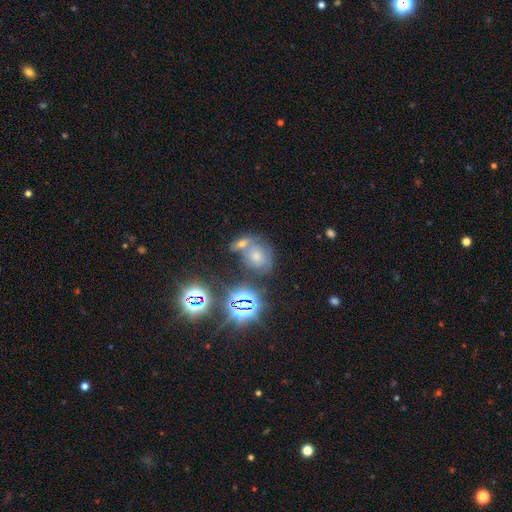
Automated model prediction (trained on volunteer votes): Overall: smooth (41%; star or artifact 39%). Merging: none (45%; merger 37%).